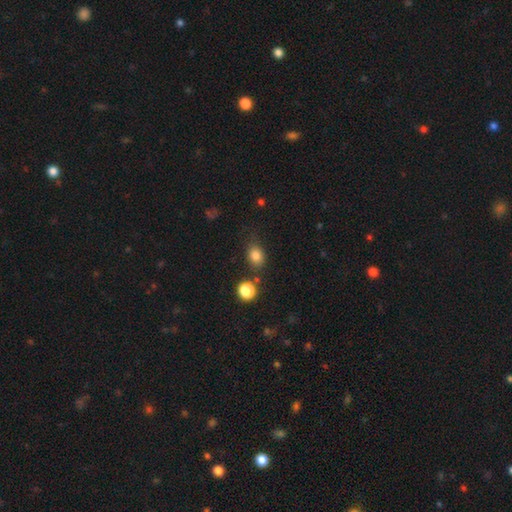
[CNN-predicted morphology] type=smooth (82%); roundness=in between (56%); merging=none (74%).